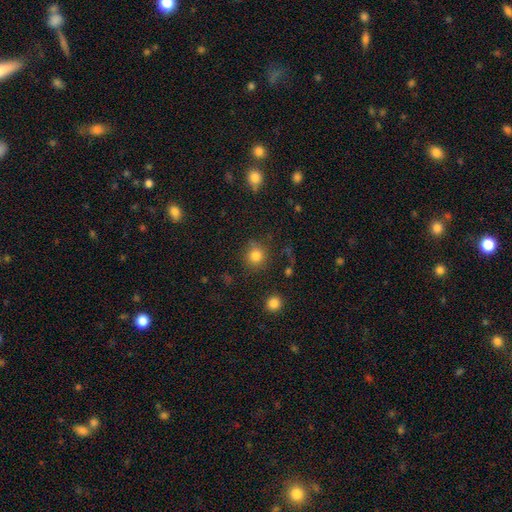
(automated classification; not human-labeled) Smooth or featured? smooth (82%)
How rounded? round (90%)
Merging? none (83%)